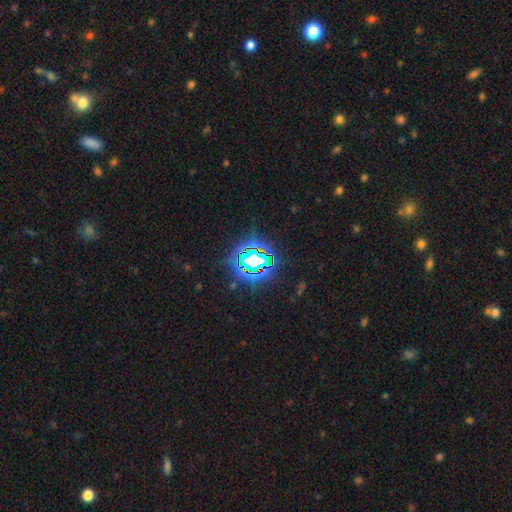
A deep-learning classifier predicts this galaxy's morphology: A star or artifact, not a galaxy (81%).